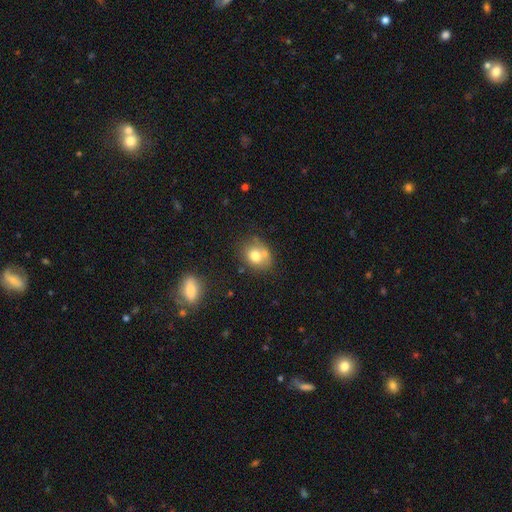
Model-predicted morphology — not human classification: Smooth or featured?
  - smooth: 74% *
  - featured or disk: 15%
  - star or artifact: 10%
How rounded?
  - round: 56% *
  - in between: 43%
  - cigar-shaped: 1%
Merging?
  - none: 50% *
  - merger: 25%
  - minor disturbance: 19%
  - major disturbance: 6%